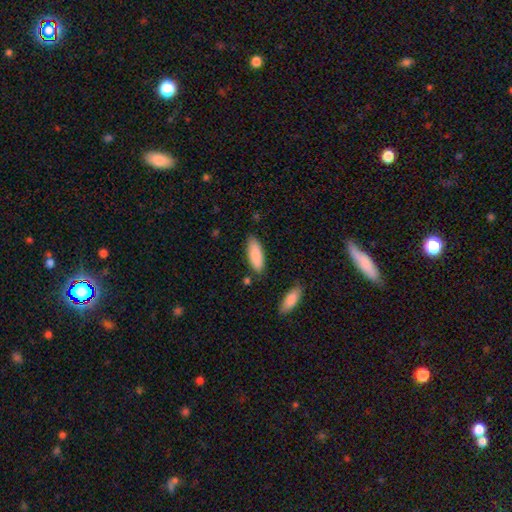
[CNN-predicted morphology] The model was most divided on "how rounded": in between: 70%, cigar-shaped: 28%, round: 2%. More confident: smooth or featured — smooth (87%); merging — none (82%).